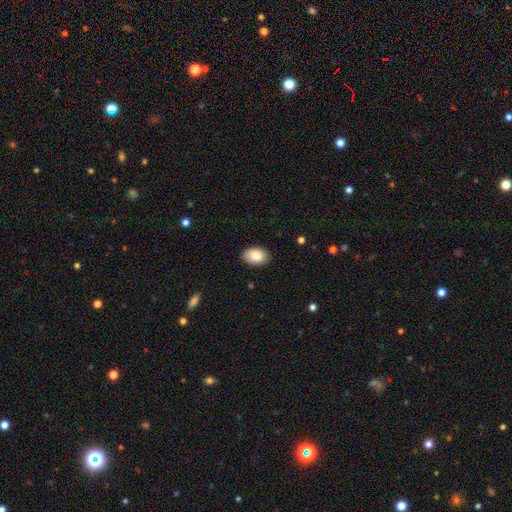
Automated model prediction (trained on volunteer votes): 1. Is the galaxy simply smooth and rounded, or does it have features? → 87% smooth, 7% featured or disk, 7% star or artifact.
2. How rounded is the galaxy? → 90% in between, 9% round, 1% cigar-shaped.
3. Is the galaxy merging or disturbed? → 88% none, 9% minor disturbance, 2% major disturbance, 1% merger.